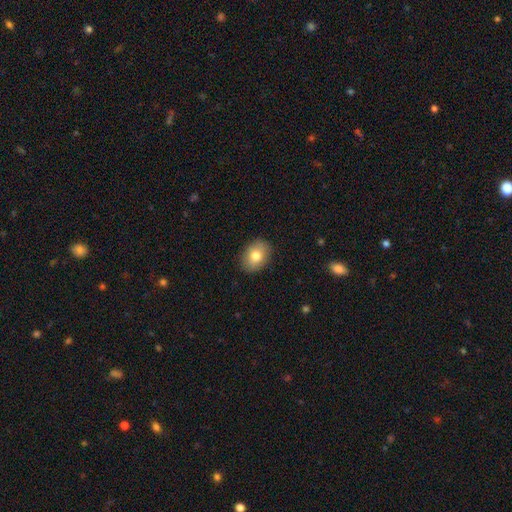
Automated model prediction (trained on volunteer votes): smooth 79%, featured or disk 13%, star or artifact 8%. Down the decision tree: how rounded — in between (70%); merging — none (89%).